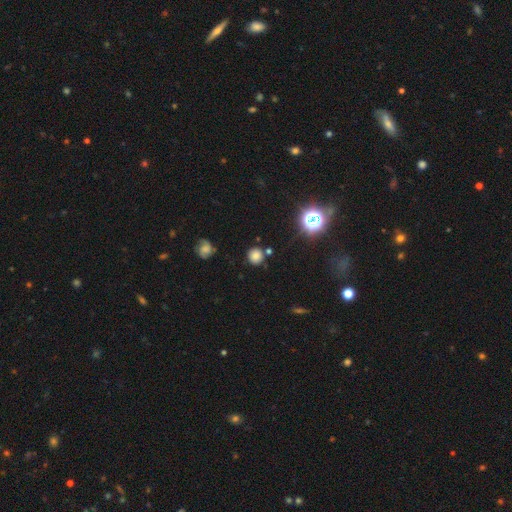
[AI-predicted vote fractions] Morphology: type=smooth (73%); roundness=round (92%); merging=none (82%).